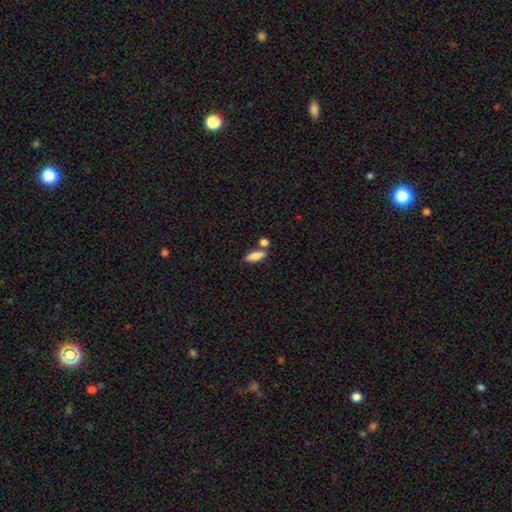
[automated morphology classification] Overall: smooth (82%). How rounded: in between (63%; cigar-shaped 33%). Merging: none (65%).